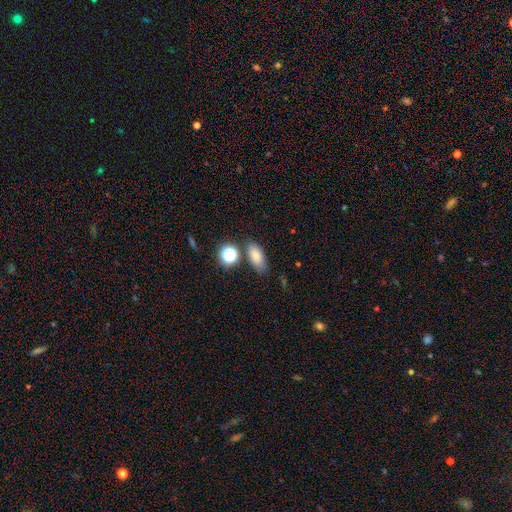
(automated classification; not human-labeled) A smooth galaxy with no disk features (77%) that is in between round and cigar-shaped (83%).

Vote fractions:
- Smooth or featured? smooth: 77% / star or artifact: 13% / featured or disk: 9%
- How rounded? in between: 83% / round: 10% / cigar-shaped: 8%
- Merging? none: 73% / minor disturbance: 14% / merger: 8% / major disturbance: 4%